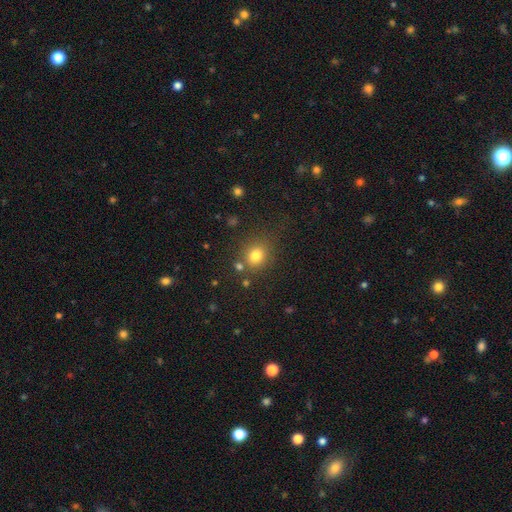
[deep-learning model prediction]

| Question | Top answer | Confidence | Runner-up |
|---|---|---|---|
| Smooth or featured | smooth | 78% | star or artifact (14%) |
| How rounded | round | 76% | in between (23%) |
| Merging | none | 74% | minor disturbance (12%) |